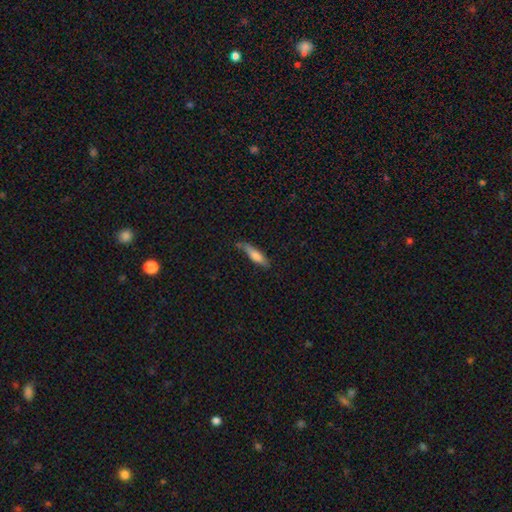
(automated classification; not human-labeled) smooth 73%, featured or disk 20%, star or artifact 7%. Down the decision tree: how rounded — cigar-shaped (69%); merging — none (58%).